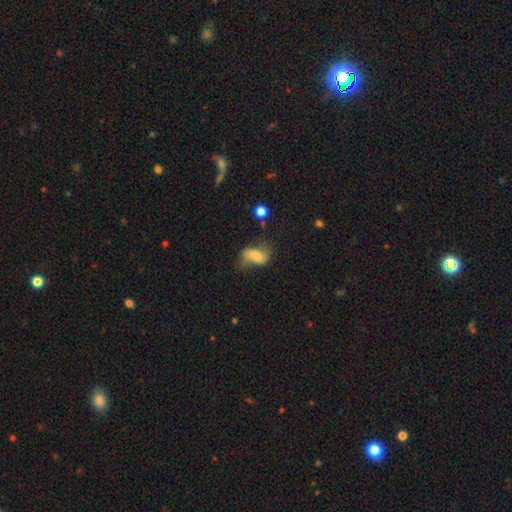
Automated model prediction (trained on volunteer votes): Morphology: type=smooth (60%); roundness=in between (86%); merging=none (42%).